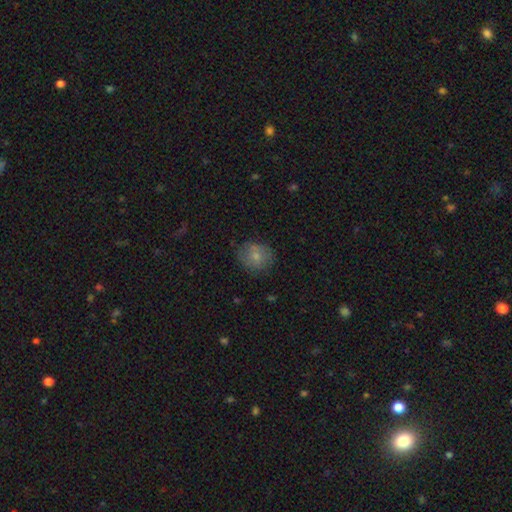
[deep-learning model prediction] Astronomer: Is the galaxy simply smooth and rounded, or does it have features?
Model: smooth — 72%.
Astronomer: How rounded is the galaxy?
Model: round — 76%.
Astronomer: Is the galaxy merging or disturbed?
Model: none — 70%.